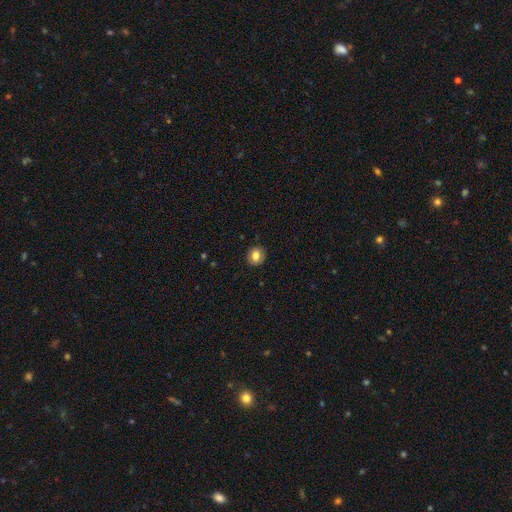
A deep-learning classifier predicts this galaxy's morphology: Smooth or featured?
  - smooth: 79% *
  - featured or disk: 12%
  - star or artifact: 10%
How rounded?
  - round: 76% *
  - in between: 23%
  - cigar-shaped: 1%
Merging?
  - none: 88% *
  - minor disturbance: 9%
  - major disturbance: 2%
  - merger: 1%